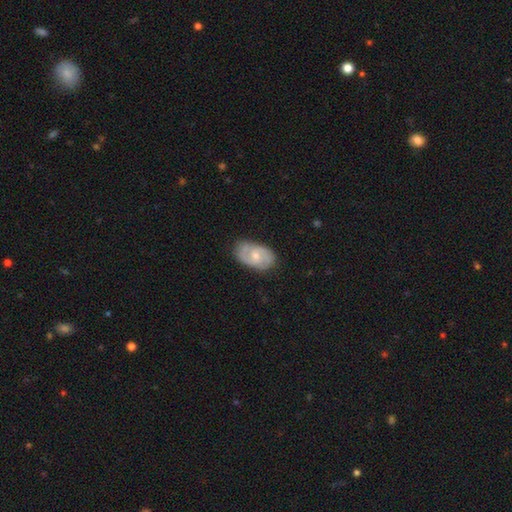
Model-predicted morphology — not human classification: This is likely a featured or disk galaxy (67%). It is clearly not viewed edge-on (96%). Bar: possibly no (55%). Spiral arm pattern: clearly yes (89%). Spiral arm count: likely 2 (78%). Spiral winding: possibly medium (47%). Central bulge: possibly small (49%). Merging: likely none (78%).